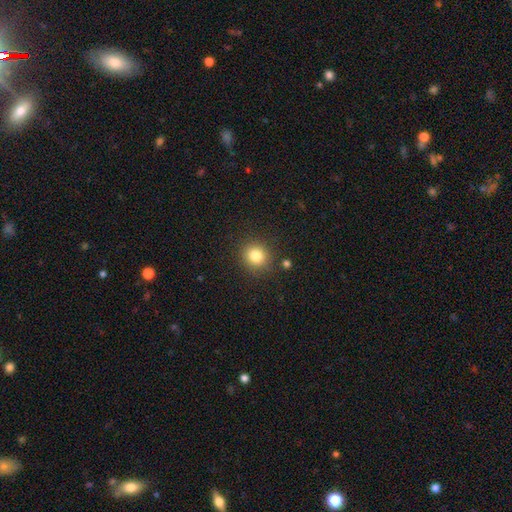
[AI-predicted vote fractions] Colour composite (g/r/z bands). It shows a smooth galaxy with no disk features (82%) that is round (87%). Merging: none (87%).